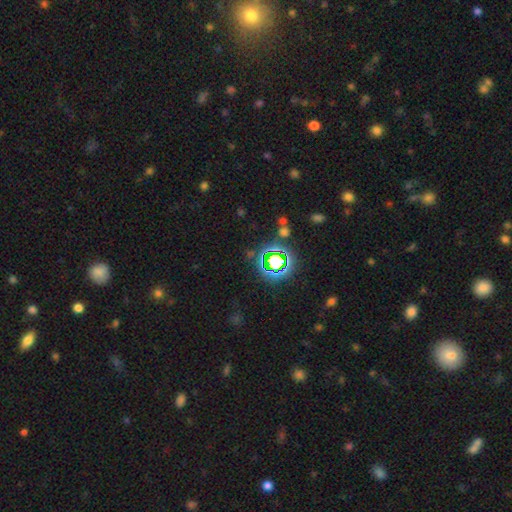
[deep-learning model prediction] Morphology: type=star or artifact (75%).